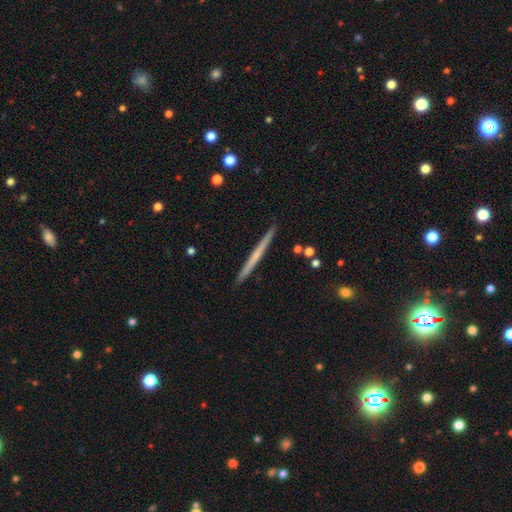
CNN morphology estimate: type=featured or disk (56%); edge-on=yes (98%); edge-on bulge=none (81%); merging=none (92%).